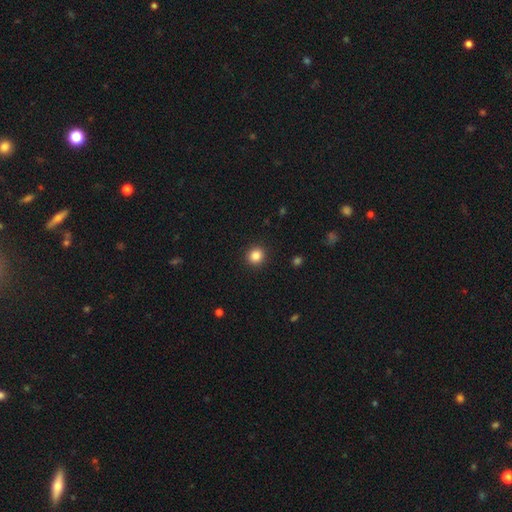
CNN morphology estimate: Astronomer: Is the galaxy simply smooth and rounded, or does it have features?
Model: smooth — 86%.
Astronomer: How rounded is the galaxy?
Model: round — 90%.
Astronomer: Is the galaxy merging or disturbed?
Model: none — 92%.